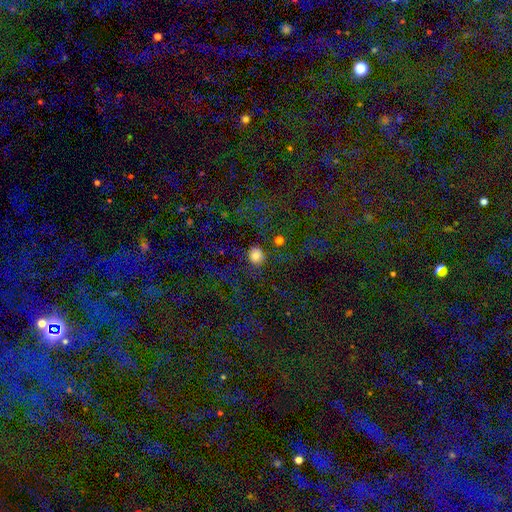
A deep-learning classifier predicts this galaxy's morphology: A smooth galaxy with no disk features (76%) that is round (85%).

Vote fractions:
- Smooth or featured? smooth: 76% / star or artifact: 16% / featured or disk: 8%
- How rounded? round: 85% / in between: 14% / cigar-shaped: 1%
- Merging? none: 75% / minor disturbance: 12% / major disturbance: 7% / merger: 6%